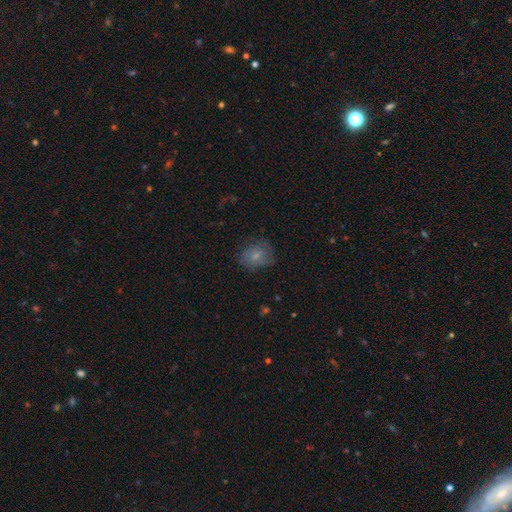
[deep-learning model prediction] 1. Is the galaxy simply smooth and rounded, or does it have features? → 74% smooth, 16% featured or disk, 10% star or artifact.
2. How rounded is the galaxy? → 57% round, 42% in between, 1% cigar-shaped.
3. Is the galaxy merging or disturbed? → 71% none, 19% minor disturbance, 8% major disturbance, 1% merger.